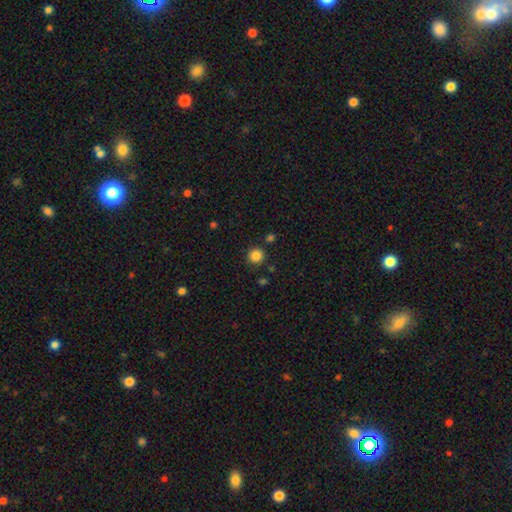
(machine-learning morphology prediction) A smooth galaxy with no disk features (85%) that is round (94%).

Vote fractions:
- Smooth or featured? smooth: 85% / star or artifact: 11% / featured or disk: 4%
- How rounded? round: 94% / in between: 6% / cigar-shaped: 1%
- Merging? none: 87% / minor disturbance: 7% / merger: 4% / major disturbance: 2%